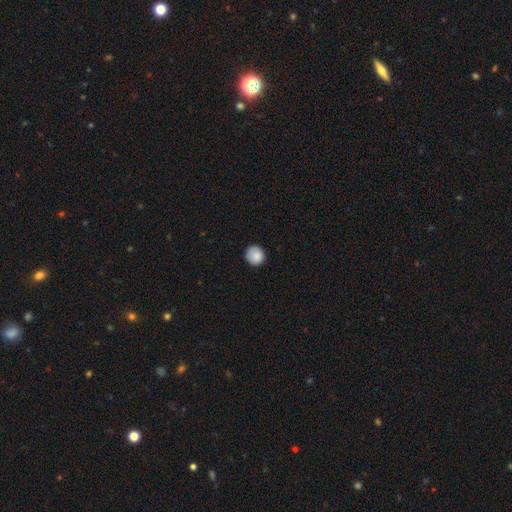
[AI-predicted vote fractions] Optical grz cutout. It shows a smooth galaxy with no disk features (86%) that is round (91%). Merging: none (85%).